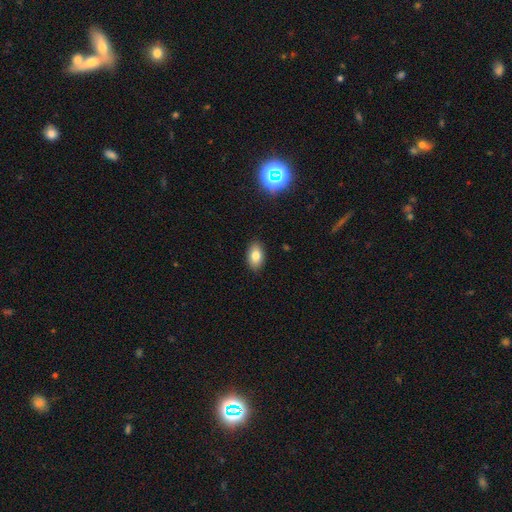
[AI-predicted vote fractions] smooth 80%, featured or disk 10%, star or artifact 10%. Down the decision tree: how rounded — in between (90%); merging — none (88%).